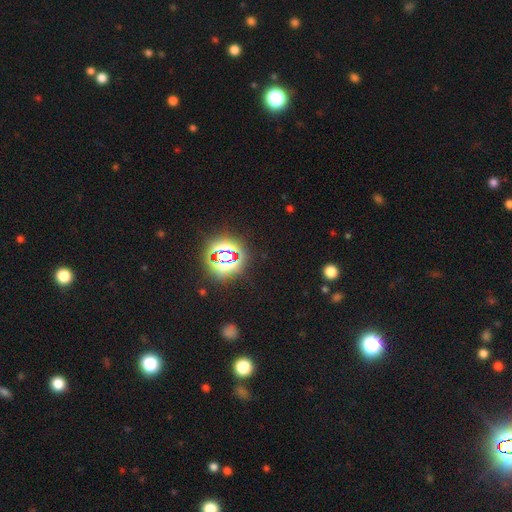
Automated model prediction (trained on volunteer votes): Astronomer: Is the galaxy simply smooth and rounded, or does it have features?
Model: star or artifact — 79%.